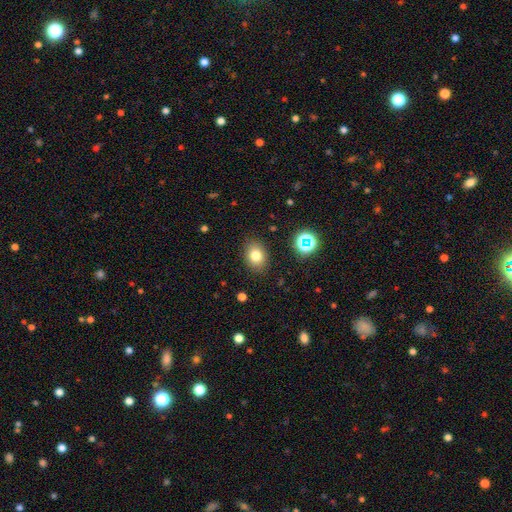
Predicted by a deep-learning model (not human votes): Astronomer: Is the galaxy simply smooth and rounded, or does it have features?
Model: smooth — 78%.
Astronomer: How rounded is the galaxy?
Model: in between — 62% (runner-up: round, 37%).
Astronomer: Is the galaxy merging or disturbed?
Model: none — 86%.